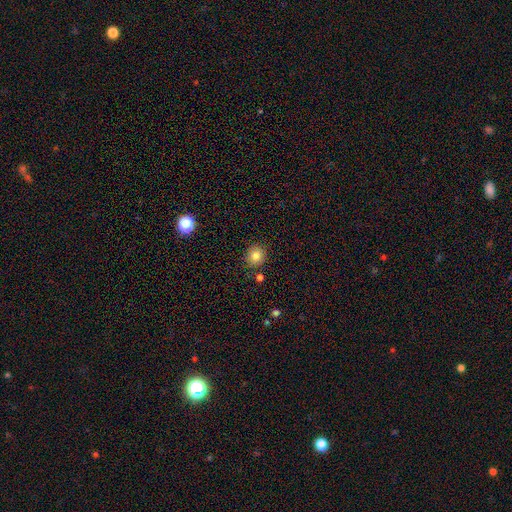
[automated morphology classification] smooth-or-featured: smooth: 83% | star or artifact: 11% | featured or disk: 6%
  how-rounded: round: 85% | in between: 14% | cigar-shaped: 1%
  merging: none: 85% | minor disturbance: 9% | merger: 4% | major disturbance: 2%